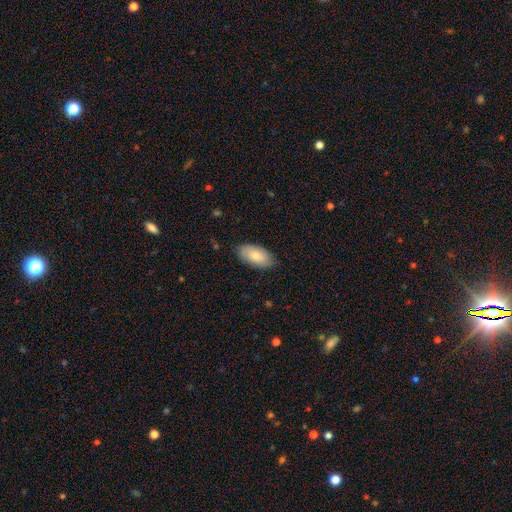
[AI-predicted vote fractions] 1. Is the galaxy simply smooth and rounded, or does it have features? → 77% smooth, 17% featured or disk, 6% star or artifact.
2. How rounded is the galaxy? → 94% in between, 3% round, 3% cigar-shaped.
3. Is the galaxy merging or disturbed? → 81% none, 16% minor disturbance, 3% major disturbance, 1% merger.